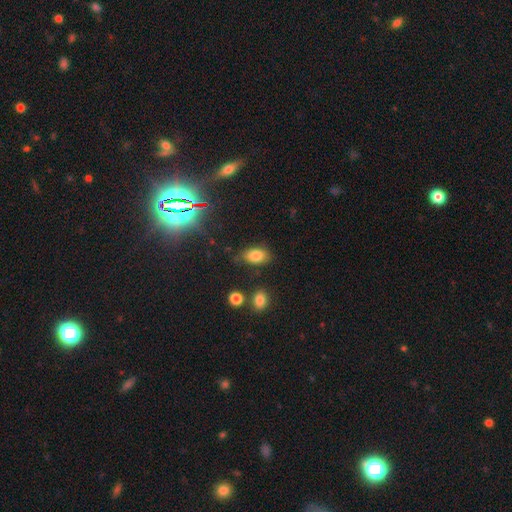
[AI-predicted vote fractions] Smooth or featured? Predicted: smooth (p=0.80). How rounded? Predicted: in between (p=0.89). Merging? Predicted: none (p=0.76).